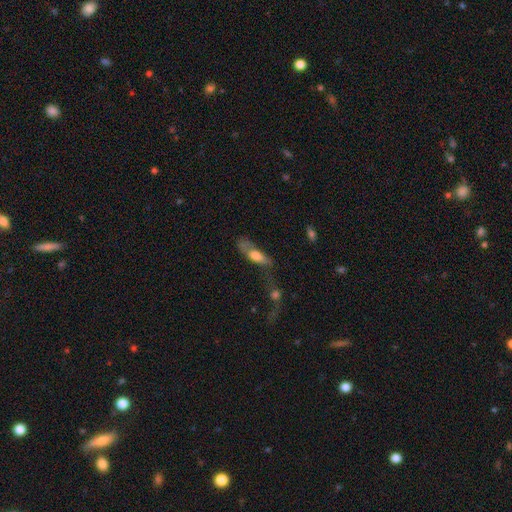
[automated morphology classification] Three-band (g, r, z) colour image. It shows a smooth galaxy with no disk features (57%) that is in between round and cigar-shaped (55%). Merging: major disturbance (31%).